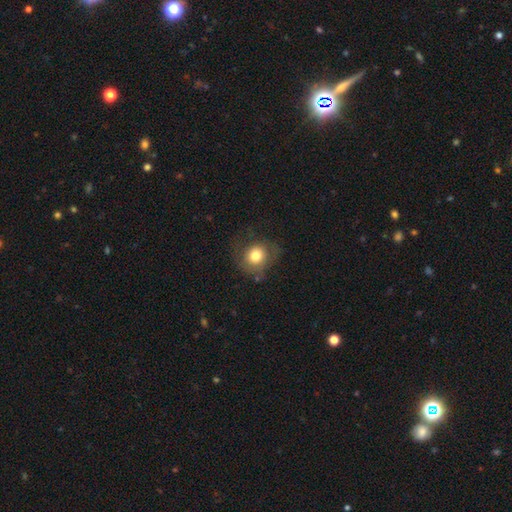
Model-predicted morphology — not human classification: The model was most divided on "merging": none: 60%, minor disturbance: 23%, major disturbance: 14%, merger: 2%. More confident: how rounded — round (78%); smooth or featured — smooth (77%).